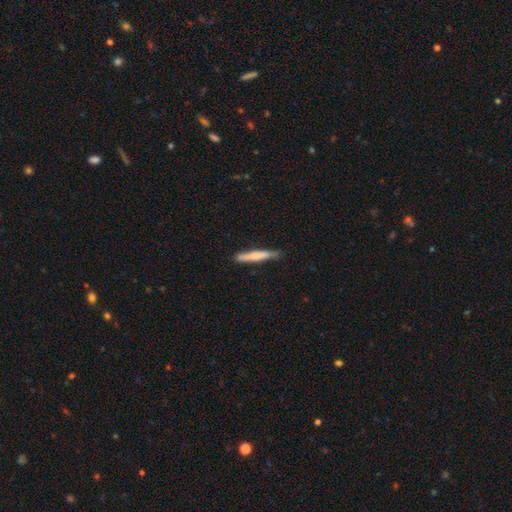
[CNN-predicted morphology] Smooth or featured? smooth (66%)
How rounded? cigar-shaped (95%)
Merging? none (84%)